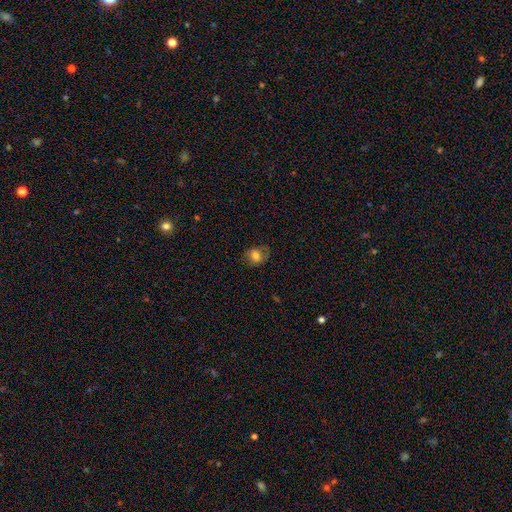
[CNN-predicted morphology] Overall: smooth (70%). How rounded: round (54%; in between 45%). Merging: none (71%).